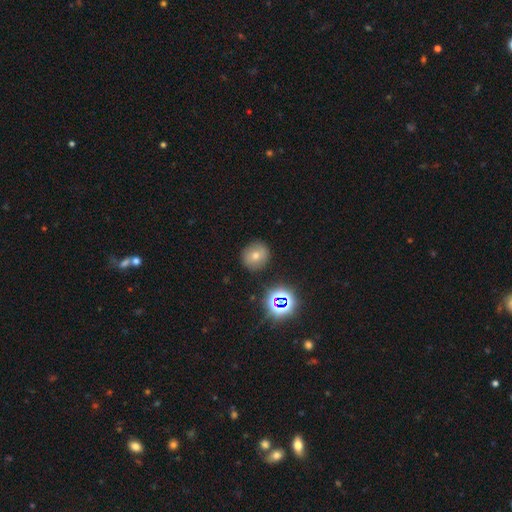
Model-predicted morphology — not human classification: Overall: smooth (54%; star or artifact 27%). How rounded: round (86%). Merging: none (88%).